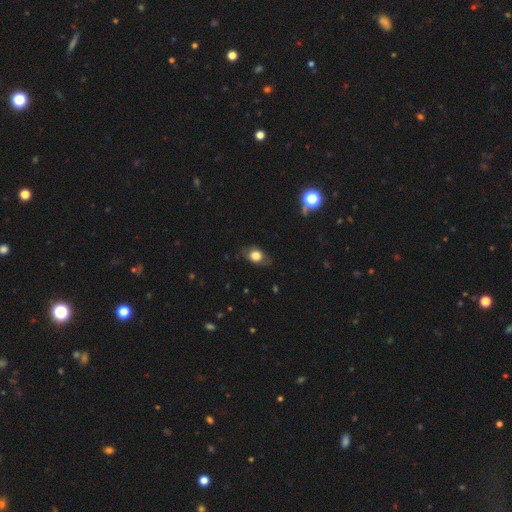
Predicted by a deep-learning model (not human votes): smooth_or_featured: smooth (p=0.75) [alt: featured or disk p=0.15]
how_rounded: in between (p=0.64) [alt: round p=0.34]
merging: none (p=0.73) [alt: minor disturbance p=0.20]